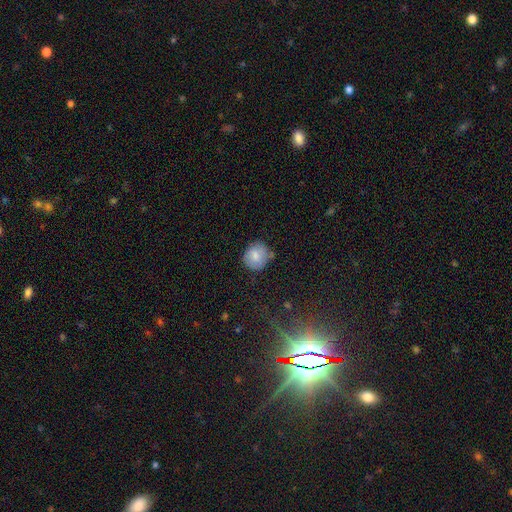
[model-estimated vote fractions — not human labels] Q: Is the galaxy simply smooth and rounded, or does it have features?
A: smooth — 80%.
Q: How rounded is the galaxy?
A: round — 78%.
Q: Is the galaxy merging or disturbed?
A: none — 68%.